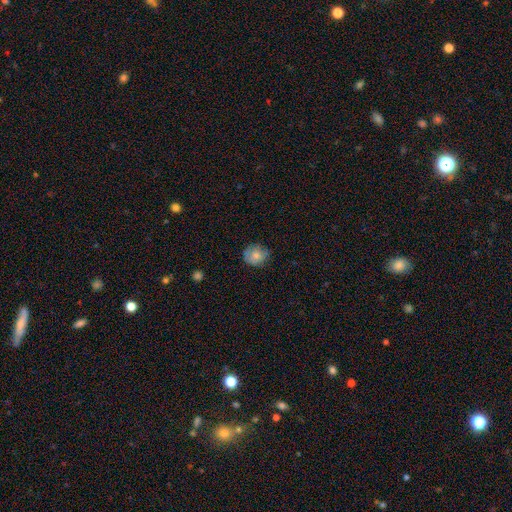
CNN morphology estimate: Smooth or featured? Predicted: smooth (p=0.75). How rounded? Predicted: round (p=0.81). Merging? Predicted: none (p=0.75).